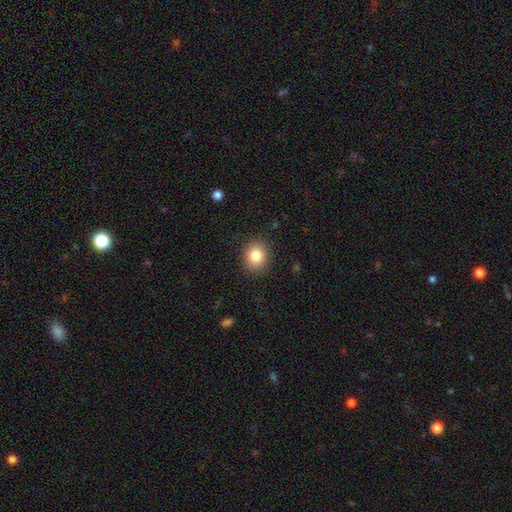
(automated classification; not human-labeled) smooth_or_featured: smooth (p=0.83) [alt: star or artifact p=0.10]
how_rounded: round (p=0.77) [alt: in between p=0.23]
merging: none (p=0.89) [alt: minor disturbance p=0.08]